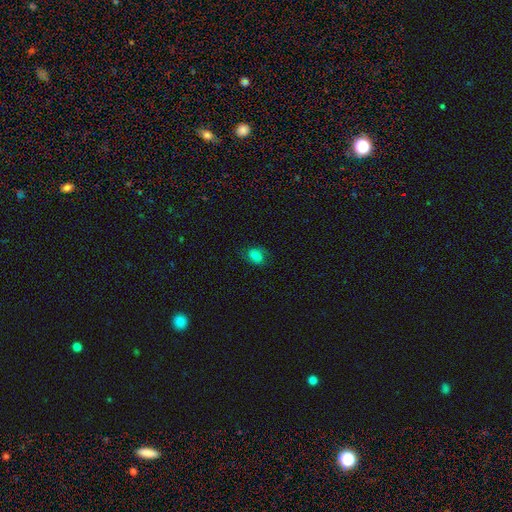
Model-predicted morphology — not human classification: type=smooth (72%); roundness=in between (74%); merging=none (70%).